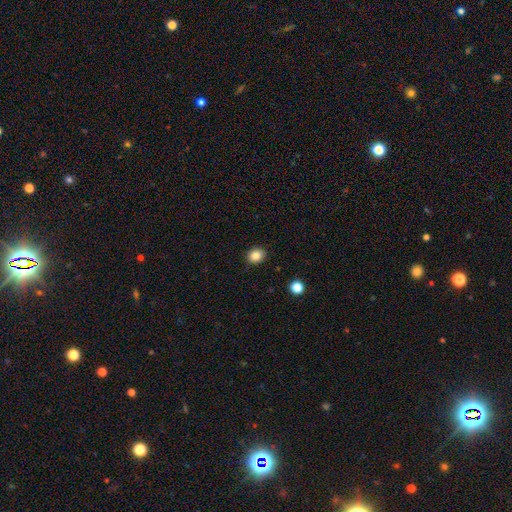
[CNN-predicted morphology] Smooth or featured? smooth (85%)
How rounded? round (64%)
Merging? none (88%)